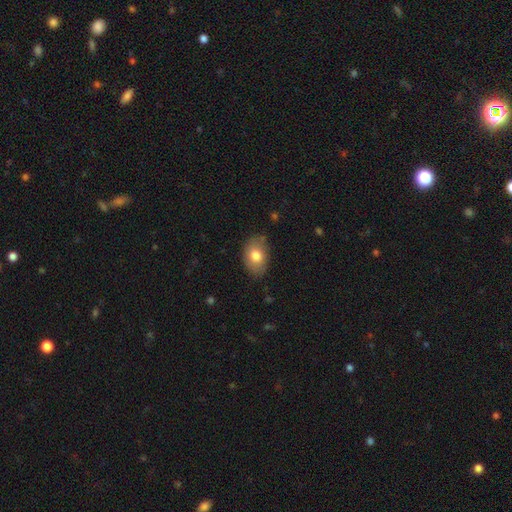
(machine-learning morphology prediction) A smooth galaxy with no disk features (78%) that is in between round and cigar-shaped (82%). Merging: none (78%).